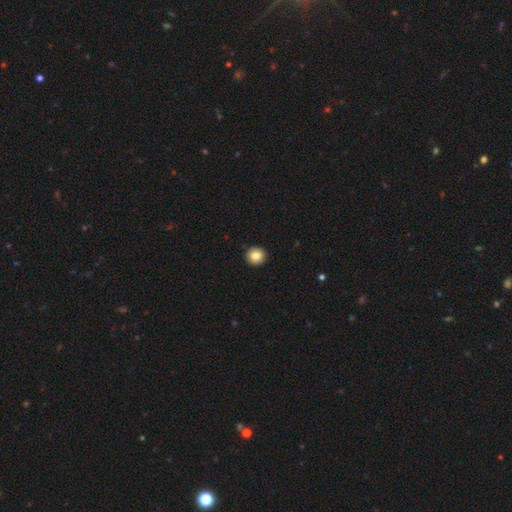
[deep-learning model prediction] smooth 85%, star or artifact 9%, featured or disk 6%. Down the decision tree: how rounded — round (93%); merging — none (92%).